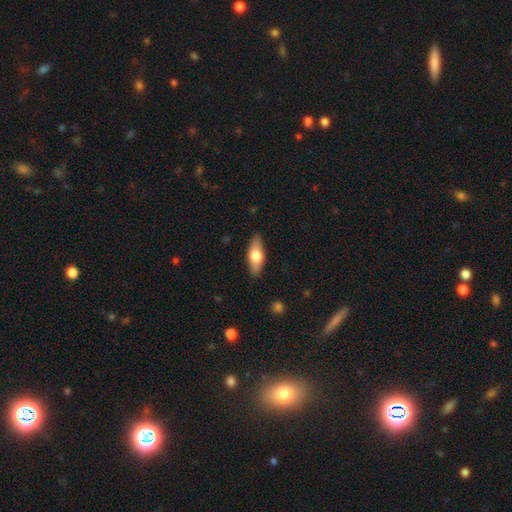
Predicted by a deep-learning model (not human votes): Q: Smooth or featured?
A: smooth (59%); runner-up: featured or disk (36%)
Q: How rounded?
A: in between (65%); runner-up: cigar-shaped (32%)
Q: Merging?
A: none (88%); runner-up: minor disturbance (9%)